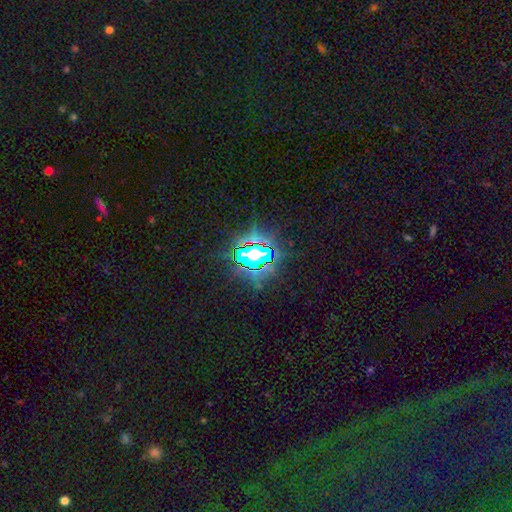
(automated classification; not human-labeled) Overall: star or artifact (71%).